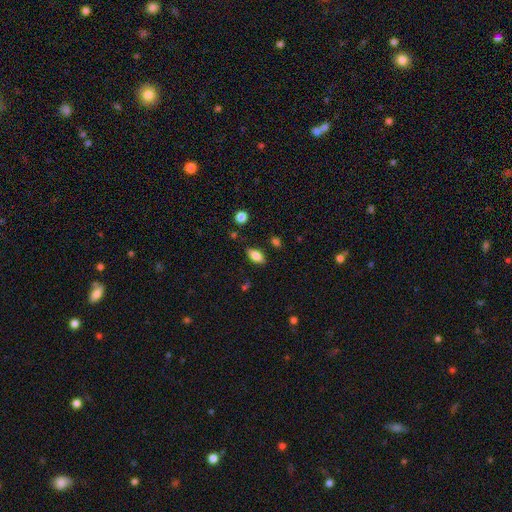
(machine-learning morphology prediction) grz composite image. It shows a smooth galaxy with no disk features (79%) that is in between round and cigar-shaped (88%). Merging: none (83%).